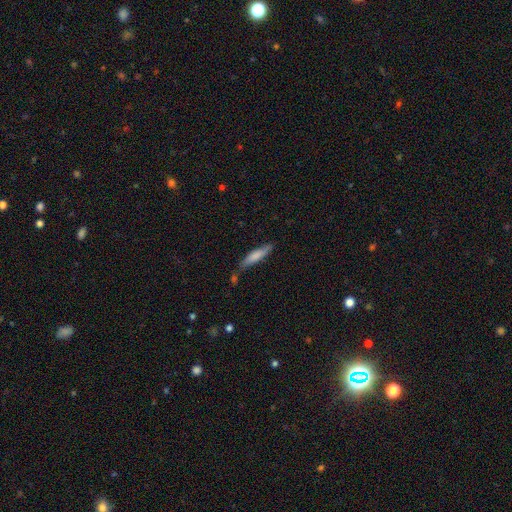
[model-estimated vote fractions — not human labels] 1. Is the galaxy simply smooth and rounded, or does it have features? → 73% smooth, 21% featured or disk, 6% star or artifact.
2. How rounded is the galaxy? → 80% cigar-shaped, 18% in between, 1% round.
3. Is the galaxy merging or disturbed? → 65% none, 22% minor disturbance, 8% merger, 5% major disturbance.